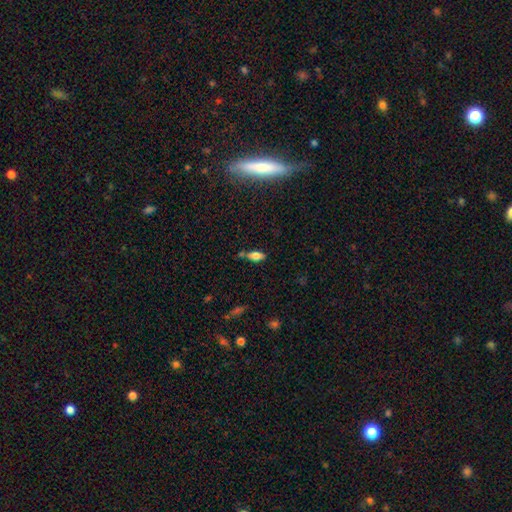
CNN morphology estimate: A smooth galaxy with no disk features (71%) that is in between round and cigar-shaped (83%). Merging: none (60%).